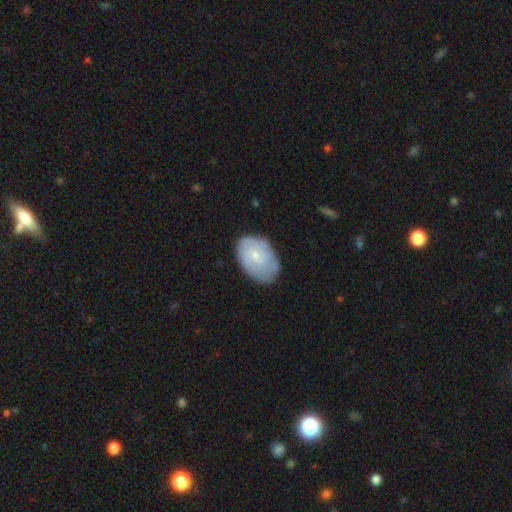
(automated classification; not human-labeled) Morphology: type=smooth (54%); roundness=in between (83%); merging=none (61%).